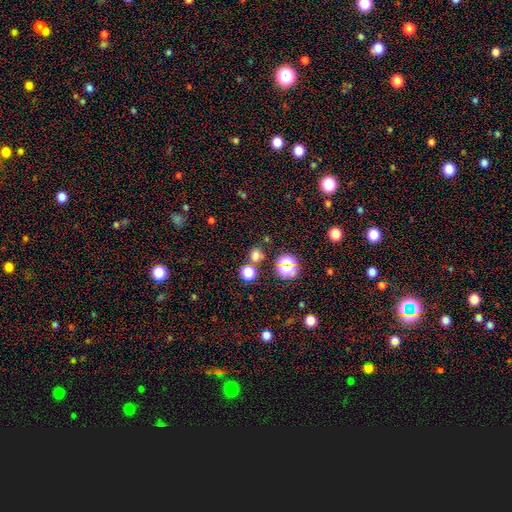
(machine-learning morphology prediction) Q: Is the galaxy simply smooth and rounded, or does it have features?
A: smooth — 59%.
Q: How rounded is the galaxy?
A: round — 67%.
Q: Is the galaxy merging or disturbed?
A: none — 71%.